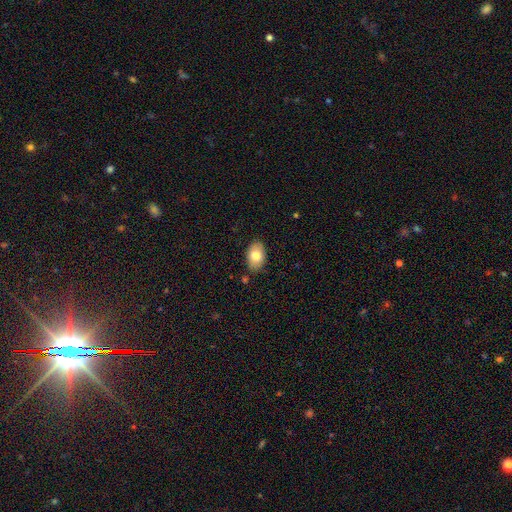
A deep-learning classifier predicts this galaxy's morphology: smooth 79%, featured or disk 14%, star or artifact 7%. Down the decision tree: how rounded — in between (89%); merging — none (85%).